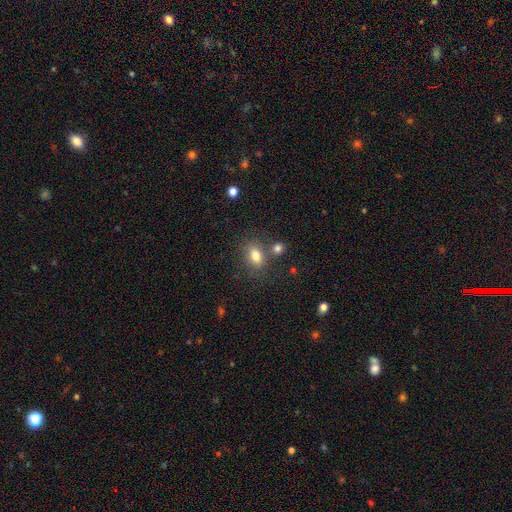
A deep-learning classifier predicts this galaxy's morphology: Q: Smooth or featured?
A: smooth (79%); runner-up: star or artifact (11%)
Q: How rounded?
A: in between (75%); runner-up: round (22%)
Q: Merging?
A: none (67%); runner-up: merger (16%)